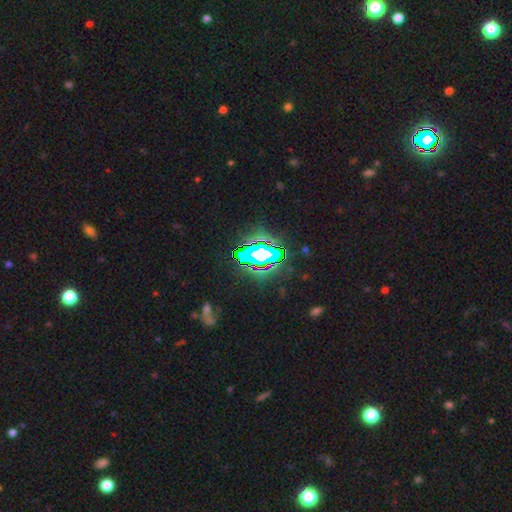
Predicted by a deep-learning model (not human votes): star or artifact 73%, featured or disk 14%, smooth 13%.